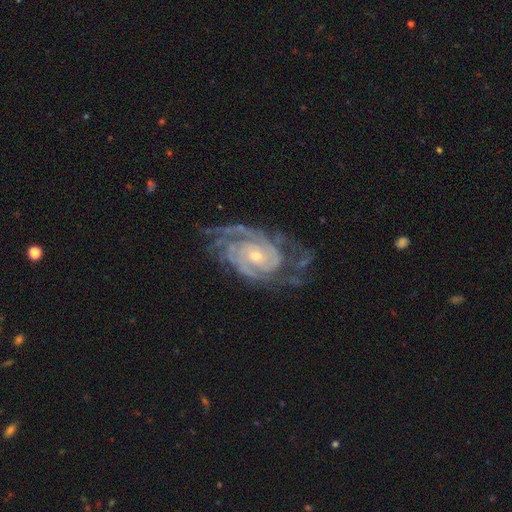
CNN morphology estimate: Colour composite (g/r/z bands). It shows a featured or disk galaxy (91%) with no bar (69%), 2 (31%) tight (67%) spiral arms (98%) and a small central bulge (64%). Merging: none (62%).